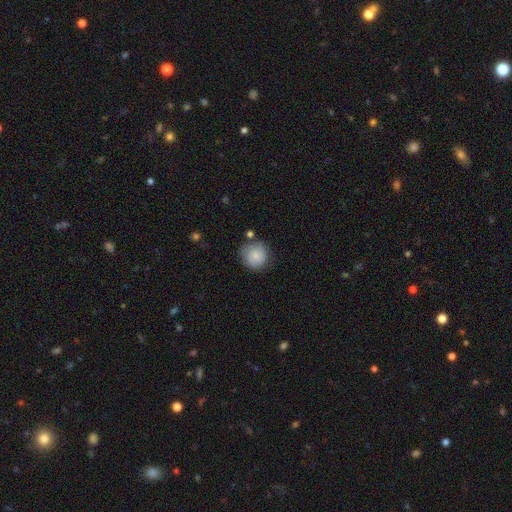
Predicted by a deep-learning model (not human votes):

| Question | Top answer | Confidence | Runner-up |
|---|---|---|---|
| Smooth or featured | smooth | 83% | featured or disk (9%) |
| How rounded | round | 91% | in between (8%) |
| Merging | none | 73% | minor disturbance (18%) |